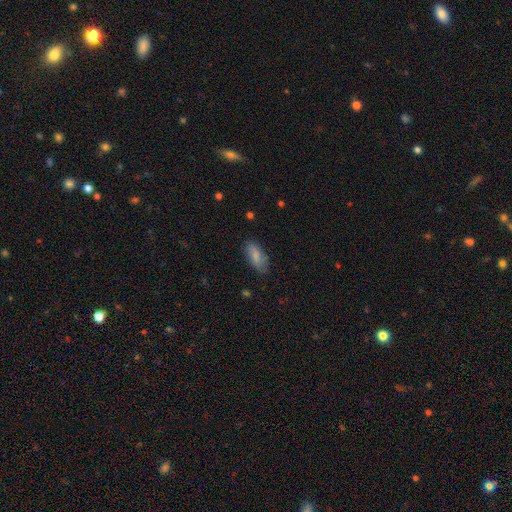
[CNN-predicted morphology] smooth_or_featured: smooth (p=0.77) [alt: featured or disk p=0.17]
how_rounded: in between (p=0.84) [alt: cigar-shaped p=0.13]
merging: none (p=0.76) [alt: minor disturbance p=0.18]